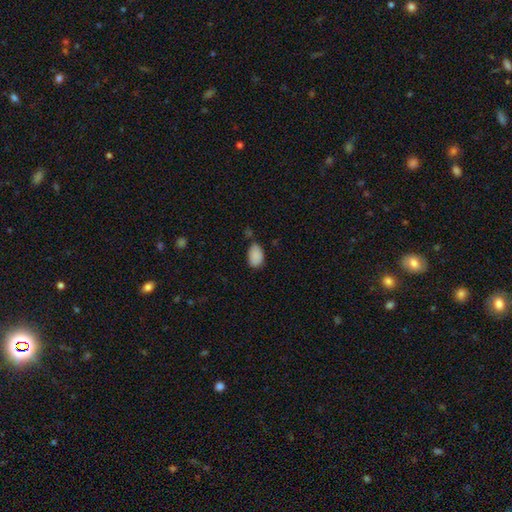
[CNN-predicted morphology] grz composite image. It shows a smooth galaxy with no disk features (88%) that is in between round and cigar-shaped (91%). Merging: none (61%).